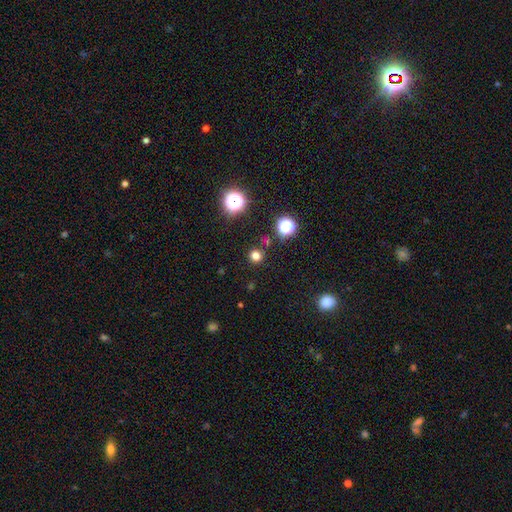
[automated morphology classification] smooth-or-featured: smooth: 71% | star or artifact: 24% | featured or disk: 5%
  how-rounded: round: 94% | in between: 5% | cigar-shaped: 1%
  merging: none: 87% | minor disturbance: 6% | merger: 4% | major disturbance: 3%